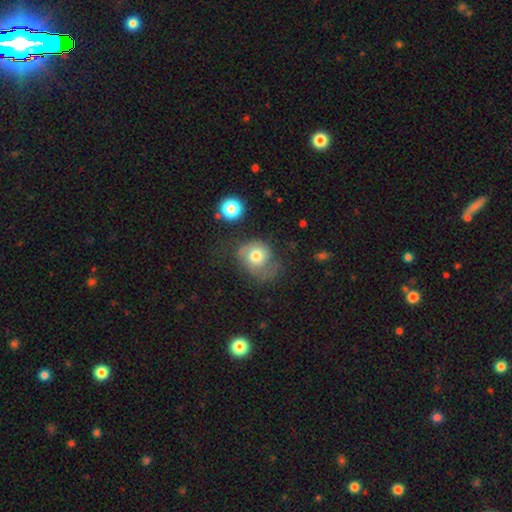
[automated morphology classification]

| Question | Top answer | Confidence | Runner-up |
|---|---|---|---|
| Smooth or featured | smooth | 63% | featured or disk (28%) |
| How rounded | round | 67% | in between (32%) |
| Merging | major disturbance | 35% | none (32%) |